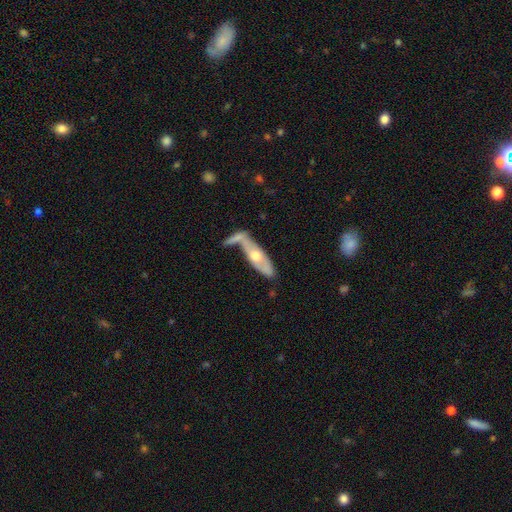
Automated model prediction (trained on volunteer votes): The model was most divided on "edge-on disk": no: 54%, yes: 46%. Remaining: smooth or featured — featured or disk (62%); merging — none (37%).